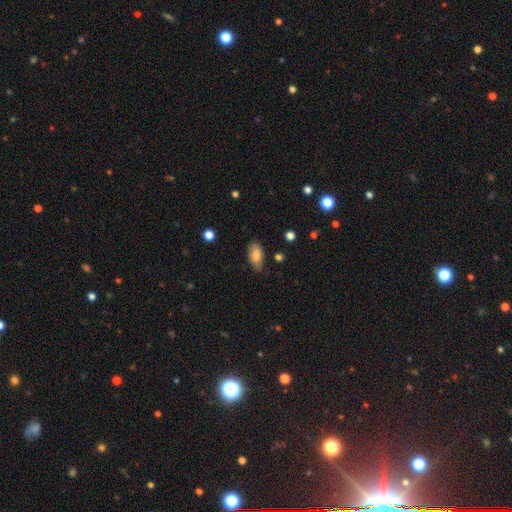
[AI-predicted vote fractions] A smooth galaxy with no disk features (76%) that is in between round and cigar-shaped (91%).

Vote fractions:
- Smooth or featured? smooth: 76% / featured or disk: 16% / star or artifact: 8%
- How rounded? in between: 91% / cigar-shaped: 5% / round: 4%
- Merging? none: 78% / minor disturbance: 17% / major disturbance: 3% / merger: 1%